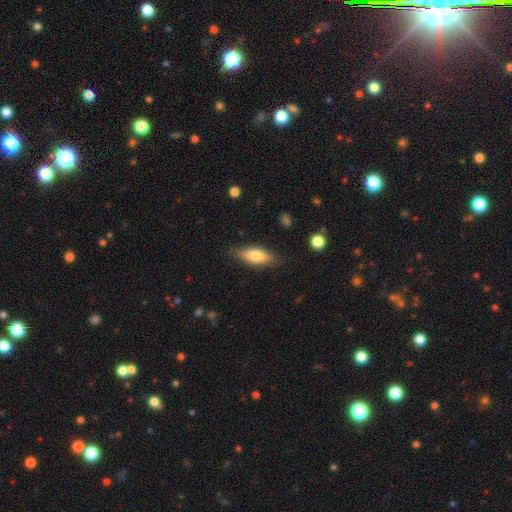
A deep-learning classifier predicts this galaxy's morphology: A smooth galaxy with no disk features (74%) that is in between round and cigar-shaped (69%).

Vote fractions:
- Smooth or featured? smooth: 74% / featured or disk: 20% / star or artifact: 6%
- How rounded? in between: 69% / cigar-shaped: 29% / round: 2%
- Merging? none: 82% / minor disturbance: 14% / major disturbance: 3% / merger: 1%